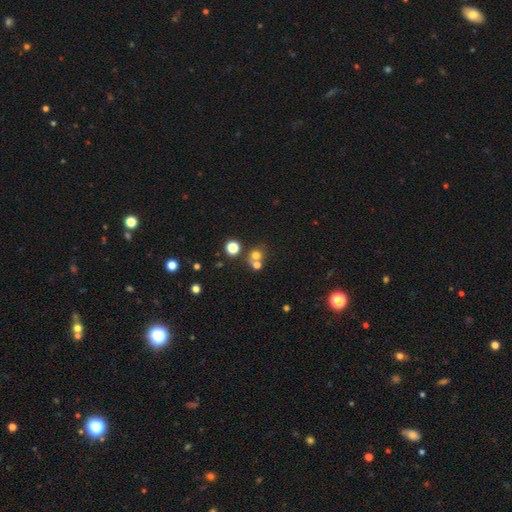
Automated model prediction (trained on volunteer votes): Smooth or featured? Predicted: smooth (p=0.68). How rounded? Predicted: round (p=0.81). Merging? Predicted: none (p=0.46).